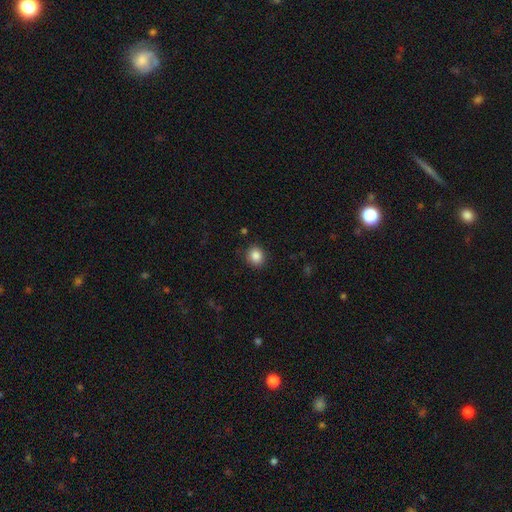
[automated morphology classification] A smooth galaxy with no disk features (86%) that is round (77%).

Vote fractions:
- Smooth or featured? smooth: 86% / star or artifact: 10% / featured or disk: 4%
- How rounded? round: 77% / in between: 22% / cigar-shaped: 1%
- Merging? none: 88% / minor disturbance: 8% / major disturbance: 2% / merger: 1%